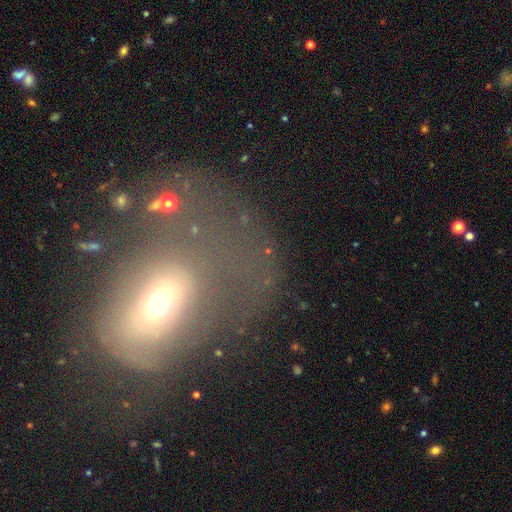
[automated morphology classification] Smooth or featured? Predicted: smooth (p=0.44). Merging? Predicted: major disturbance (p=0.42).